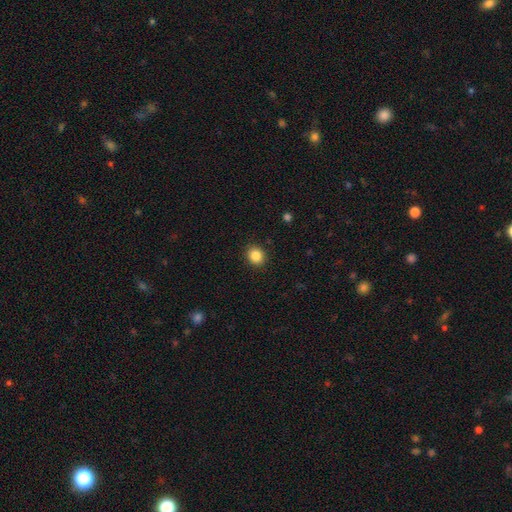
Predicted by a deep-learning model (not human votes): A smooth galaxy with no disk features (86%) that is round (72%). Merging: none (91%).